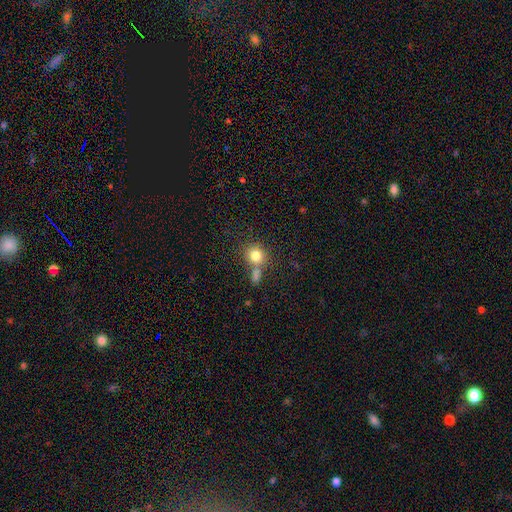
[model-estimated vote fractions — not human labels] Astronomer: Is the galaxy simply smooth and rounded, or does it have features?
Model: smooth — 81%.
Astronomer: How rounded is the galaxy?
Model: round — 83%.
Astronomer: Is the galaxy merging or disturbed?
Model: none — 56%.